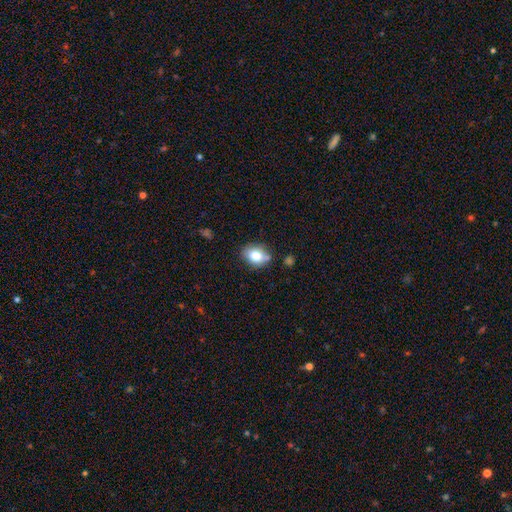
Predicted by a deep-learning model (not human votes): smooth-or-featured: smooth: 77% | featured or disk: 14% | star or artifact: 9%
  how-rounded: in between: 56% | round: 43% | cigar-shaped: 1%
  merging: none: 70% | minor disturbance: 19% | merger: 6% | major disturbance: 4%